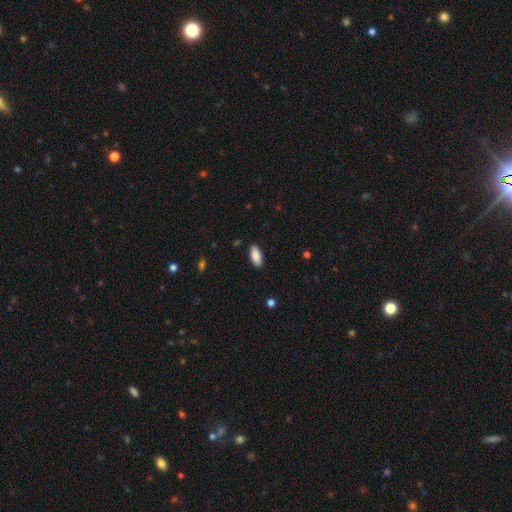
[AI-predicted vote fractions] Overall: smooth (89%). How rounded: in between (88%). Merging: none (88%).